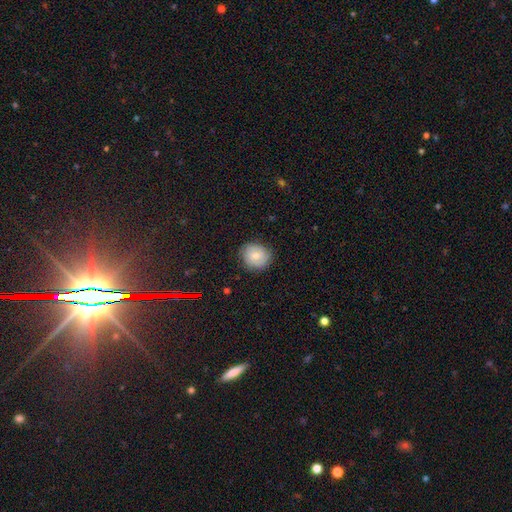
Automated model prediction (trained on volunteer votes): A smooth galaxy with no disk features (68%) that is round (78%).

Vote fractions:
- Smooth or featured? smooth: 68% / featured or disk: 24% / star or artifact: 9%
- How rounded? round: 78% / in between: 21% / cigar-shaped: 1%
- Merging? none: 82% / minor disturbance: 14% / major disturbance: 3% / merger: 1%